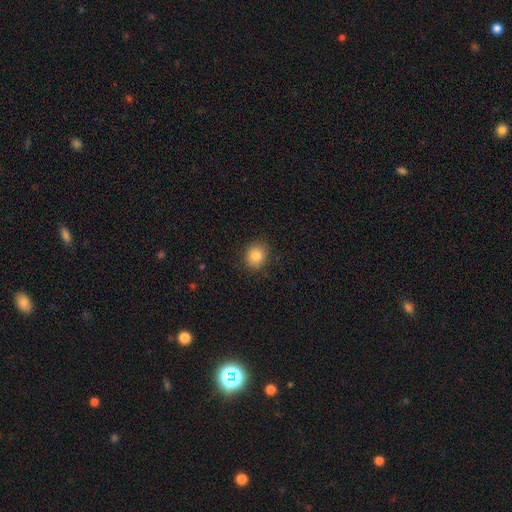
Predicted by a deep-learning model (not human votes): The model was most divided on "how rounded": round: 70%, in between: 29%, cigar-shaped: 1%. More confident: smooth or featured — smooth (86%); merging — none (86%).